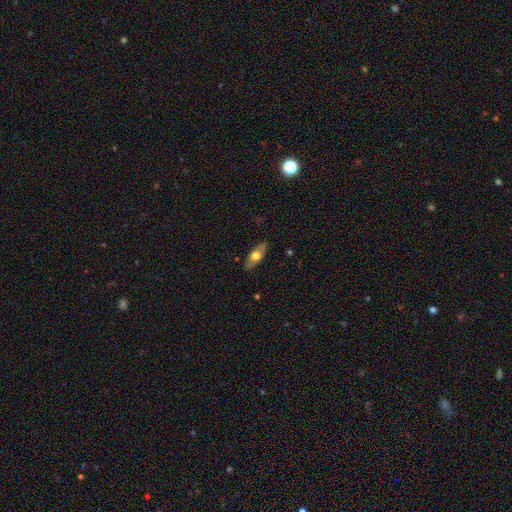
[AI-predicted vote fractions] A smooth galaxy with no disk features (54%) that is in between round and cigar-shaped (69%). Merging: none (85%).